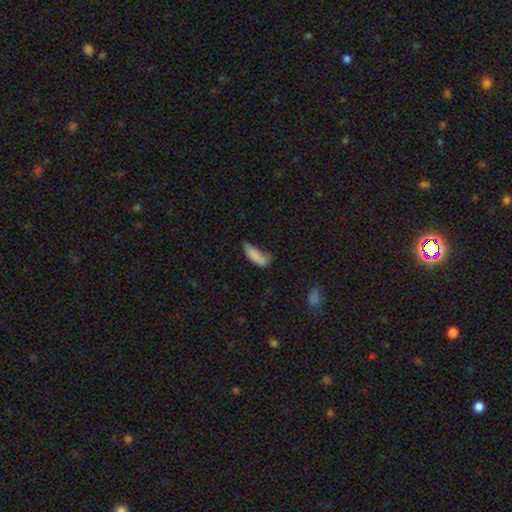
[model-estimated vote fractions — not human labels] smooth-or-featured: smooth: 83% | featured or disk: 9% | star or artifact: 8%
  how-rounded: in between: 62% | cigar-shaped: 36% | round: 2%
  merging: minor disturbance: 40% | none: 39% | major disturbance: 15% | merger: 6%